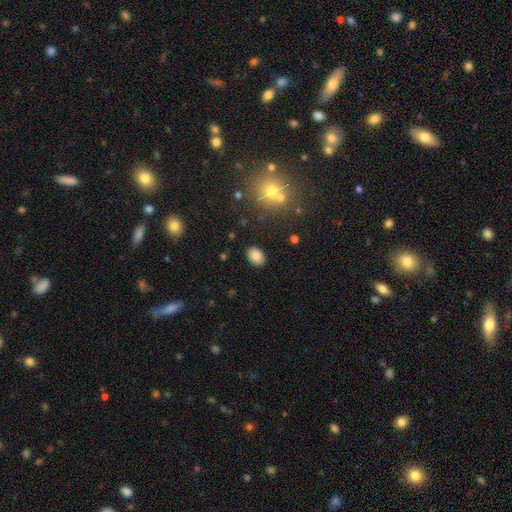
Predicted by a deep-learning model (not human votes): A smooth galaxy with no disk features (84%) that is in between round and cigar-shaped (80%).

Vote fractions:
- Smooth or featured? smooth: 84% / star or artifact: 10% / featured or disk: 5%
- How rounded? in between: 80% / round: 19% / cigar-shaped: 1%
- Merging? none: 87% / minor disturbance: 9% / major disturbance: 3% / merger: 2%